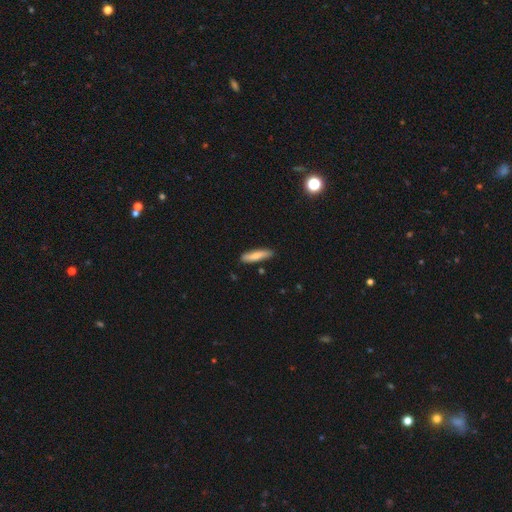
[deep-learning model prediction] The model was most divided on "how rounded": cigar-shaped: 78%, in between: 20%, round: 2%. More confident: merging — none (84%); smooth or featured — smooth (78%).